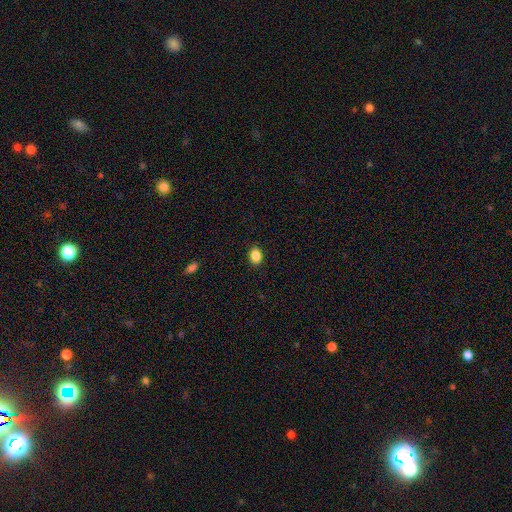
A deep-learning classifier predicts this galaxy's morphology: Overall: smooth (87%). How rounded: in between (67%; round 32%). Merging: none (90%).